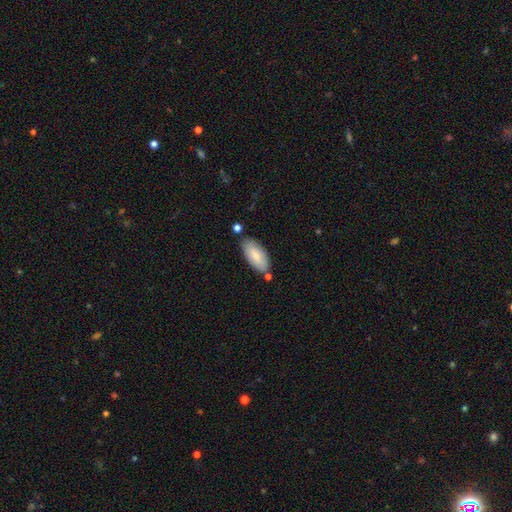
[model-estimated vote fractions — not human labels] Smooth or featured? Predicted: smooth (p=0.83). How rounded? Predicted: in between (p=0.89). Merging? Predicted: none (p=0.75).